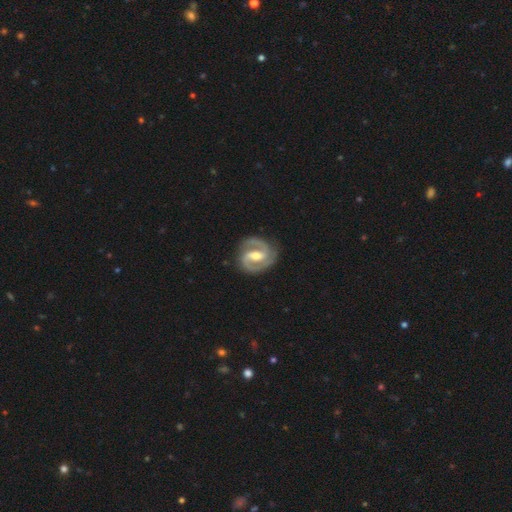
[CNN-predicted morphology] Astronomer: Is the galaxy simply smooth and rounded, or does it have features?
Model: featured or disk — 92%.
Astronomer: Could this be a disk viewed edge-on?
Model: no — 98%.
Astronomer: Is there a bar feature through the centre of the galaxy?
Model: strong — 46% (runner-up: weak, 40%).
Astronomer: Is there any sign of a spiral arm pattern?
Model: yes — 98%.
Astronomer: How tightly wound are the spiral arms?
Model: medium — 49% (runner-up: tight, 44%).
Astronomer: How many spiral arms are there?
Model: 2 — 92%.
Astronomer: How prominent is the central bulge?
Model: moderate — 67%.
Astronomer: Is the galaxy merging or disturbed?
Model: none — 84%.